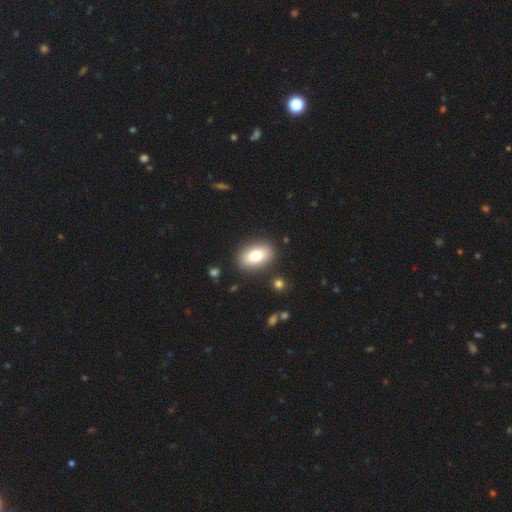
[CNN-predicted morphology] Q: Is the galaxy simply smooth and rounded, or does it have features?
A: smooth — 75%.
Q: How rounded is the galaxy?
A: in between — 83%.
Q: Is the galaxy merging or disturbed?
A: none — 87%.